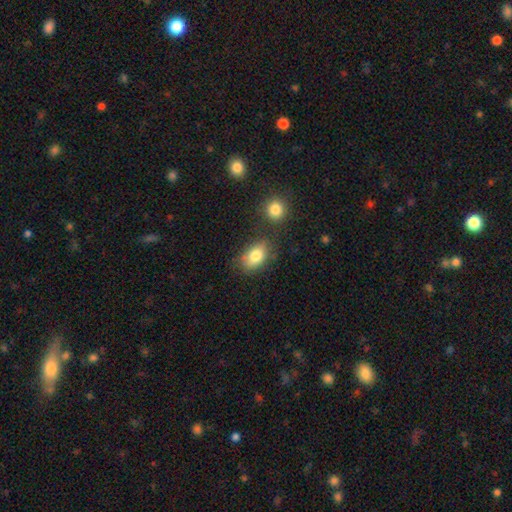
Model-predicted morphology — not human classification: type=smooth (81%); roundness=in between (86%); merging=none (68%).